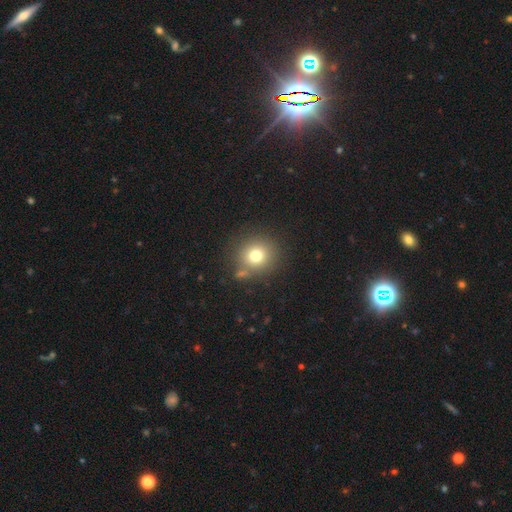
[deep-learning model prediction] The model was most divided on "smooth or featured": smooth: 76%, star or artifact: 14%, featured or disk: 11%. More confident: how rounded — round (88%); merging — none (77%).